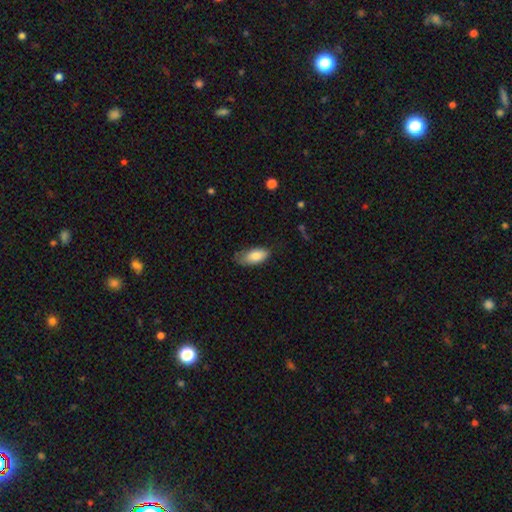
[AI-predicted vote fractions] Overall: smooth (82%). How rounded: in between (90%). Merging: none (54%; minor disturbance 34%).